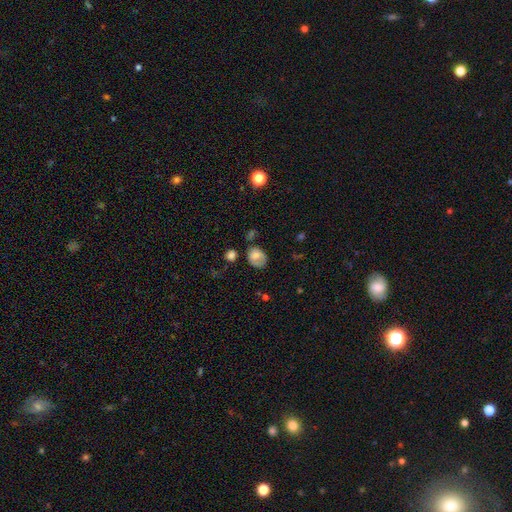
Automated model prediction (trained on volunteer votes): smooth-or-featured: smooth: 72% | featured or disk: 19% | star or artifact: 10%
  how-rounded: in between: 52% | round: 47% | cigar-shaped: 1%
  merging: none: 48% | minor disturbance: 30% | major disturbance: 15% | merger: 7%